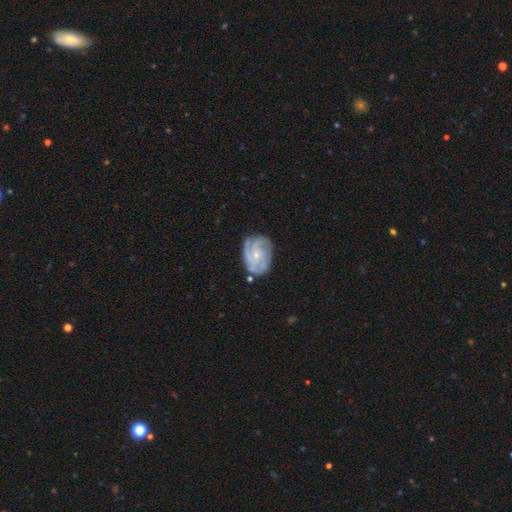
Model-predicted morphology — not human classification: smooth-or-featured: featured or disk: 83% | smooth: 12% | star or artifact: 6%
  disk-edge-on: no: 98% | yes: 2%
    bar: no: 71% | weak: 25% | strong: 4%
    has-spiral-arms: yes: 96% | no: 4%
      spiral-winding: tight: 57% | medium: 35% | loose: 8%
      spiral-arm-count: 3: 39% | 4: 22% | can't tell: 17% | 2: 13% | more than 4: 5% | 1: 5%
    bulge-size: small: 71% | moderate: 24% | none: 3% | large: 1% | dominant: 1%
  merging: none: 70% | minor disturbance: 21% | major disturbance: 6% | merger: 2%